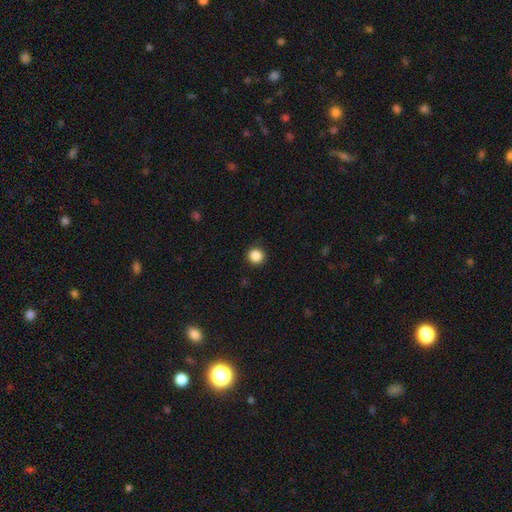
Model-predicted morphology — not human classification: This appears to be a smooth galaxy with no disk features (87%) that is round (94%). Merging: none (91%).